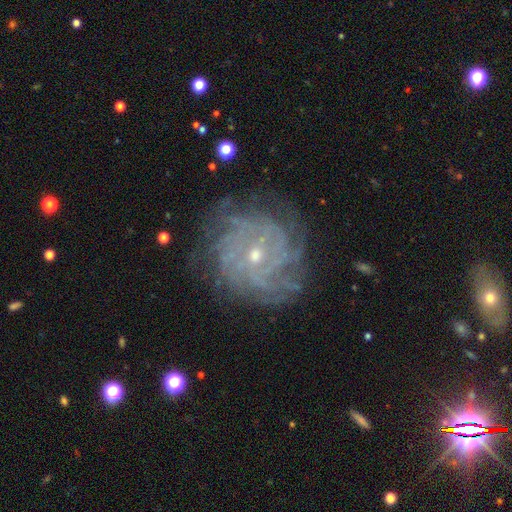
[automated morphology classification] The model was most divided on "spiral arm count": can't tell: 38%, more than 4: 22%, 4: 16%, 3: 9%, 2: 8%, 1: 6%. More confident: edge-on disk — no (97%); spiral arms — yes (93%); smooth or featured — featured or disk (84%); merging — none (74%); spiral winding — tight (72%); bulge size — small (69%); bar — no (64%).